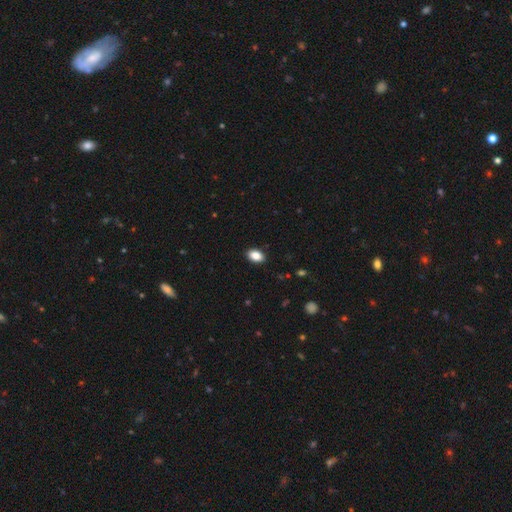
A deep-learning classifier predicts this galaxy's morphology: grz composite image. It shows a smooth galaxy with no disk features (87%) that is in between round and cigar-shaped (89%). Merging: none (89%).